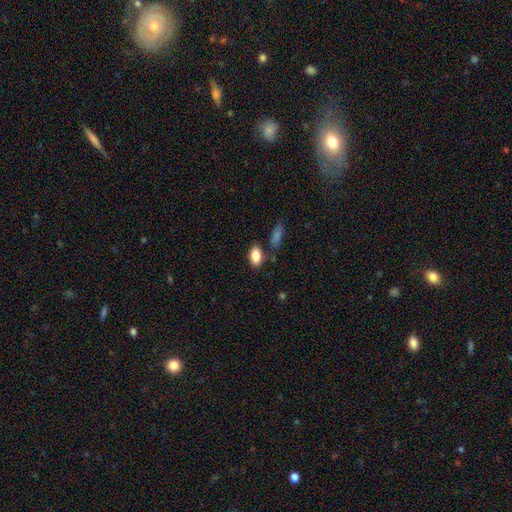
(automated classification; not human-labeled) smooth_or_featured: smooth (p=0.86) [alt: star or artifact p=0.08]
how_rounded: in between (p=0.90) [alt: round p=0.07]
merging: none (p=0.77) [alt: minor disturbance p=0.13]